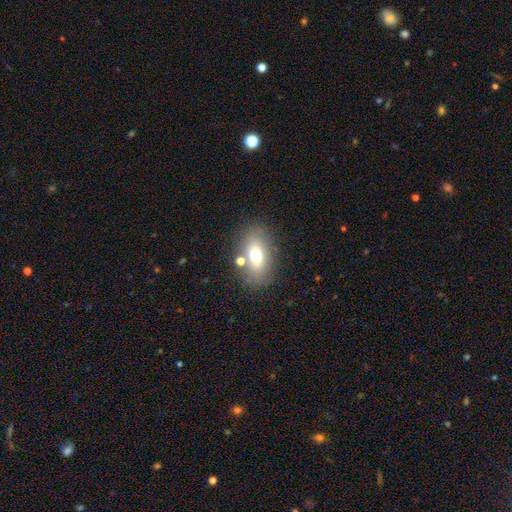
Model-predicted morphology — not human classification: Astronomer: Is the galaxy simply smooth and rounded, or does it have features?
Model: smooth — 67%.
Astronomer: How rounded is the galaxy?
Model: in between — 84%.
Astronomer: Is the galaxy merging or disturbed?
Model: none — 73%.